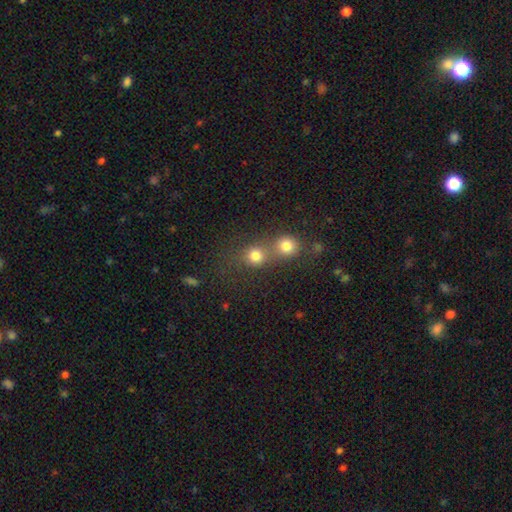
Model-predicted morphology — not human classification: smooth 78%, star or artifact 14%, featured or disk 8%. Down the decision tree: how rounded — round (85%); merging — merger (51%).